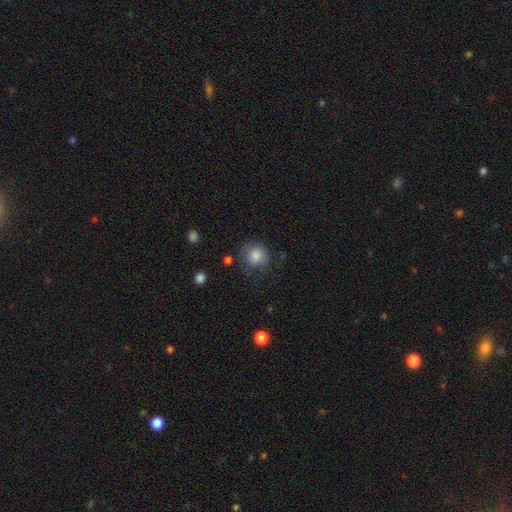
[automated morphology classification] Q: Smooth or featured?
A: smooth (81%); runner-up: featured or disk (10%)
Q: How rounded?
A: round (86%); runner-up: in between (13%)
Q: Merging?
A: none (61%); runner-up: minor disturbance (23%)